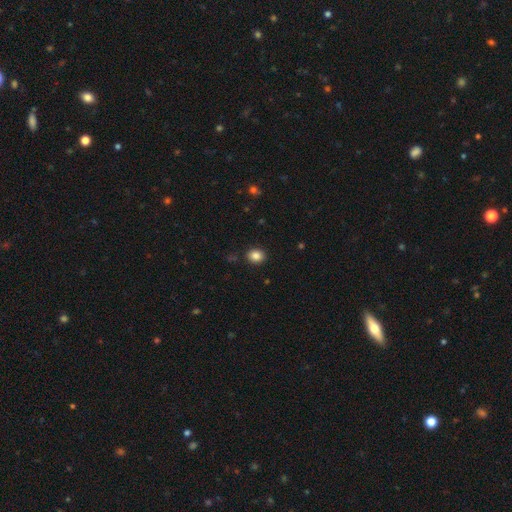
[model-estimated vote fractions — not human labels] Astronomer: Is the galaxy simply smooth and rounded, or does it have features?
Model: smooth — 85%.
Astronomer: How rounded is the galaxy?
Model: round — 56% (runner-up: in between, 43%).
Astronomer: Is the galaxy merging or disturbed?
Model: none — 89%.